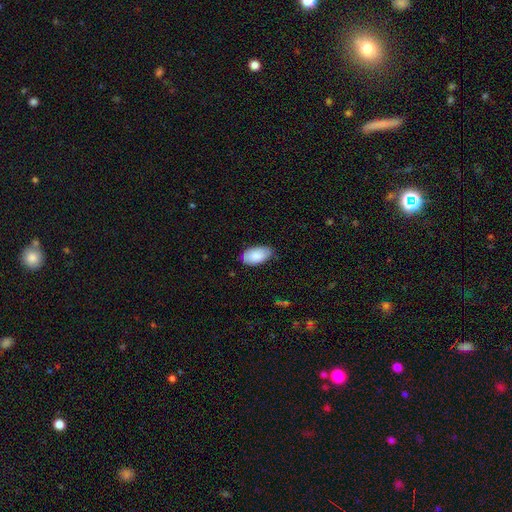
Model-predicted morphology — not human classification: Smooth or featured: smooth — 86% (featured or disk — 8%)
How rounded: in between — 95% (round — 3%)
Merging: none — 75% (minor disturbance — 21%)